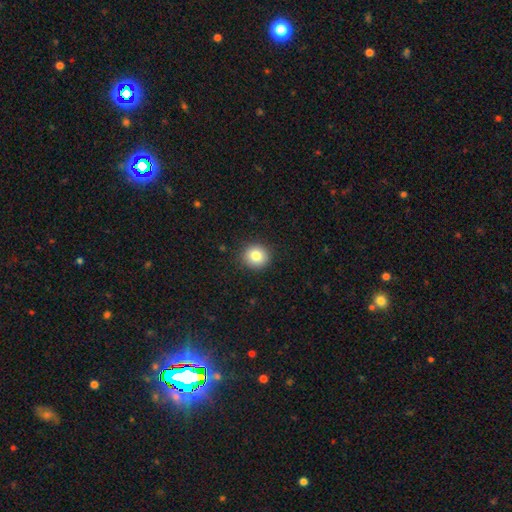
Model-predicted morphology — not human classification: Smooth or featured: smooth — 83% (star or artifact — 10%)
How rounded: round — 88% (in between — 11%)
Merging: none — 90% (minor disturbance — 7%)